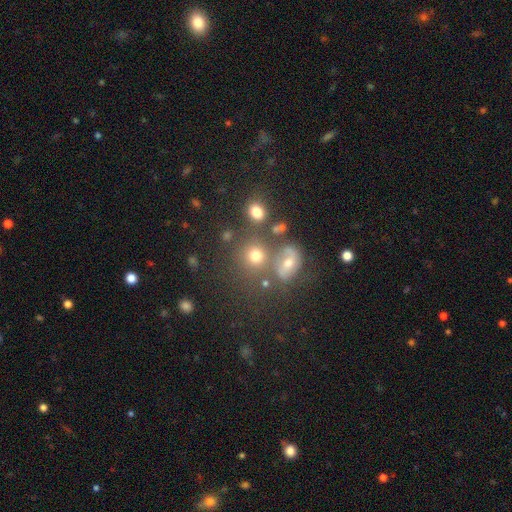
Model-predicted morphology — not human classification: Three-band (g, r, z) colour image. It shows a smooth galaxy with no disk features (72%) that is round (79%). Merging: none (62%).